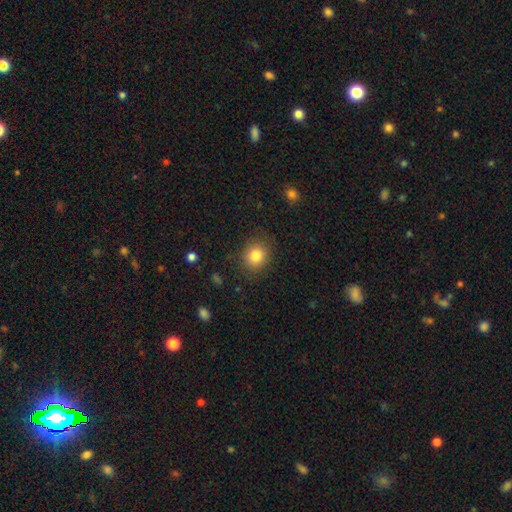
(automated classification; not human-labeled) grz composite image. It shows a smooth galaxy with no disk features (82%) that is round (74%). Merging: none (85%).